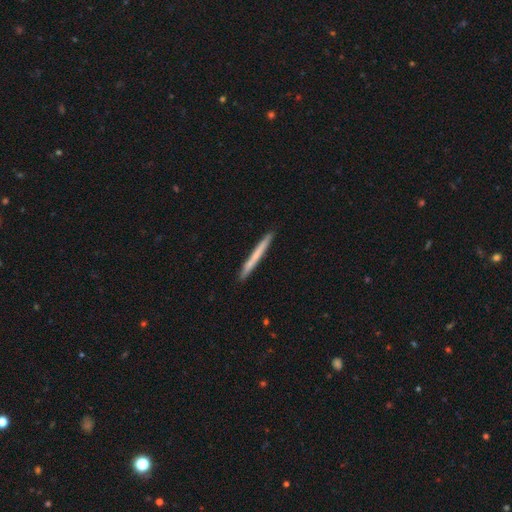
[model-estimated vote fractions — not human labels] Smooth or featured: smooth — 59% (featured or disk — 35%)
How rounded: cigar-shaped — 97% (in between — 1%)
Merging: none — 92% (minor disturbance — 6%)